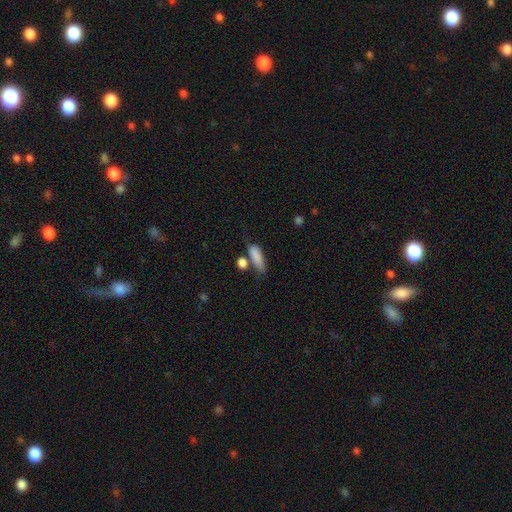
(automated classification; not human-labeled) The model was most divided on "how rounded": in between: 57%, cigar-shaped: 38%, round: 5%. More confident: smooth or featured — smooth (84%); merging — none (50%).